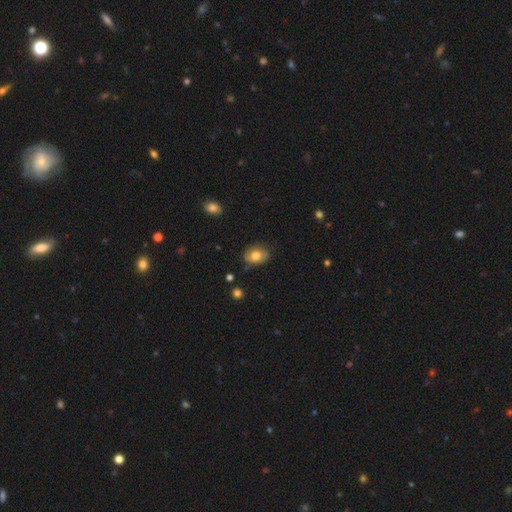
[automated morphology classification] This appears to be a smooth galaxy with no disk features (76%) that is in between round and cigar-shaped (65%). Merging: none (77%).